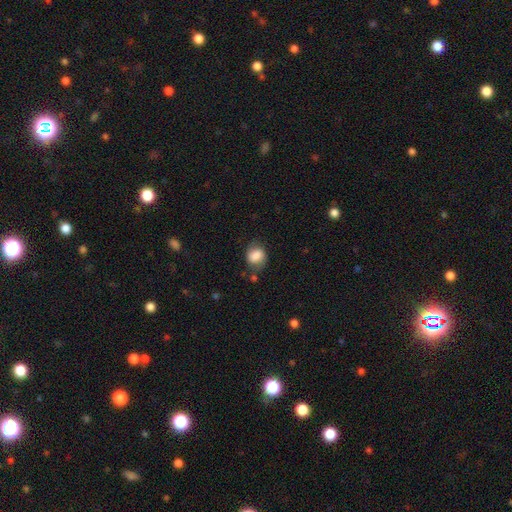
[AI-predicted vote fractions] The model was most divided on "how rounded": round: 55%, in between: 44%, cigar-shaped: 1%. More confident: smooth or featured — smooth (77%); merging — none (63%).